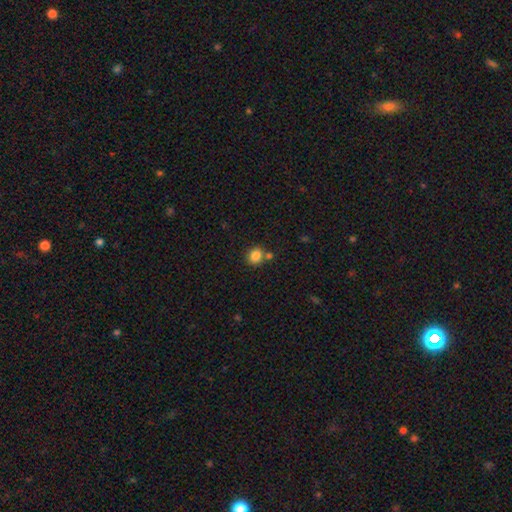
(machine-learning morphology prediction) This appears to be a smooth galaxy with no disk features (84%) that is round (72%). Merging: none (66%).